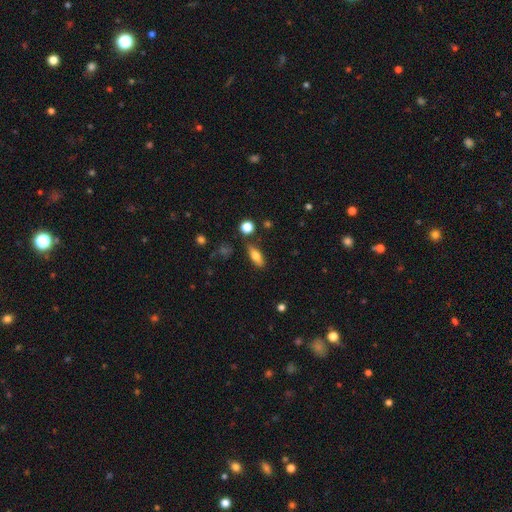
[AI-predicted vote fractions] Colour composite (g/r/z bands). It shows a smooth galaxy with no disk features (69%) that is in between round and cigar-shaped (65%). Merging: none (80%).